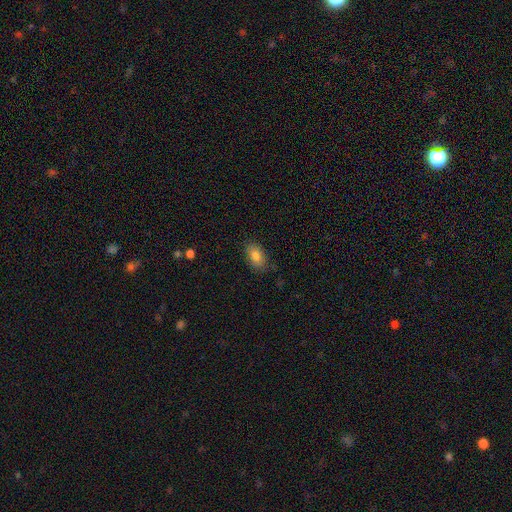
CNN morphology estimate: Overall: smooth (83%). How rounded: in between (90%). Merging: none (81%).